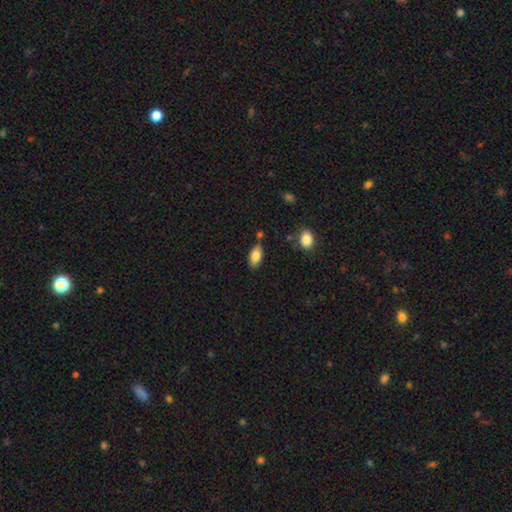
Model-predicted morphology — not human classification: This is clearly a smooth galaxy (83%). How rounded: clearly in between (91%). Merging: likely none (77%).